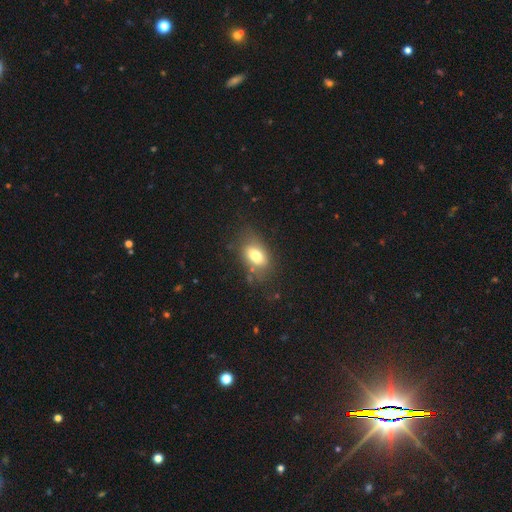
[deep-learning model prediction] This is likely a smooth galaxy (74%). How rounded: clearly in between (82%). Merging: likely none (66%).